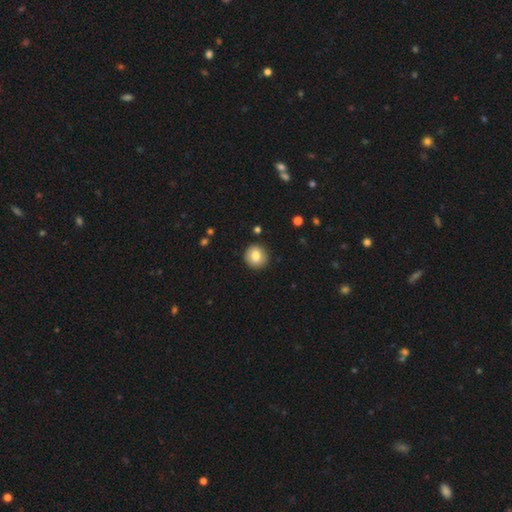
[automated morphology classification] Smooth or featured?
  - smooth: 81% *
  - featured or disk: 11%
  - star or artifact: 8%
How rounded?
  - round: 85% *
  - in between: 14%
  - cigar-shaped: 1%
Merging?
  - none: 89% *
  - minor disturbance: 8%
  - major disturbance: 2%
  - merger: 1%